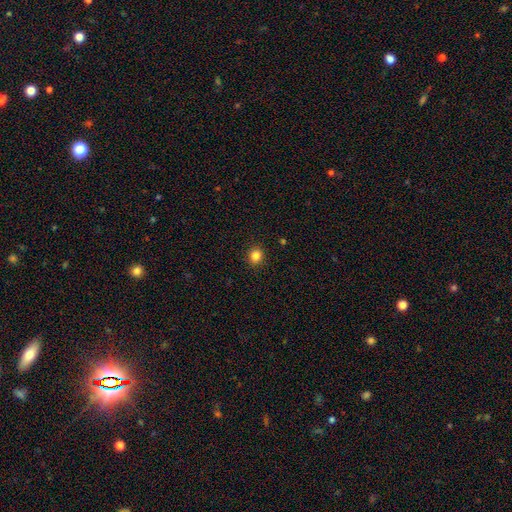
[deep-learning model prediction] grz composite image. It shows a smooth galaxy with no disk features (83%) that is round (85%). Merging: none (92%).